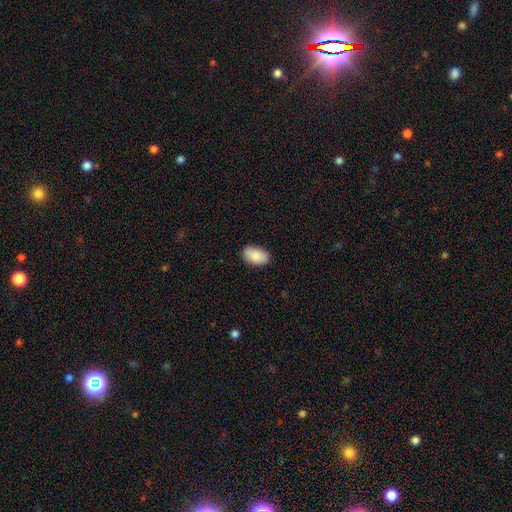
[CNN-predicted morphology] A smooth galaxy with no disk features (88%) that is in between round and cigar-shaped (94%). Merging: none (87%).